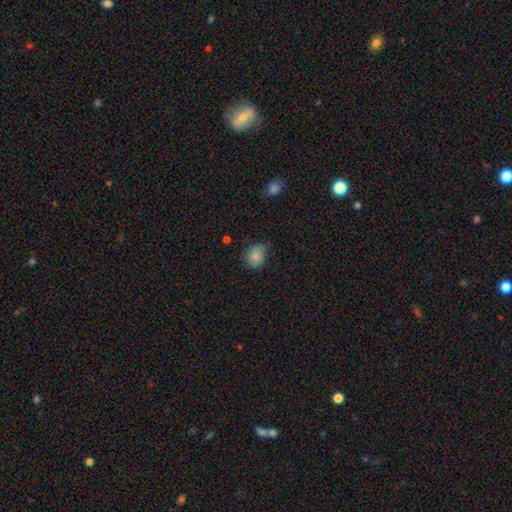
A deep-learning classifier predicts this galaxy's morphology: Smooth or featured? smooth (80%)
How rounded? round (63%)
Merging? none (51%)